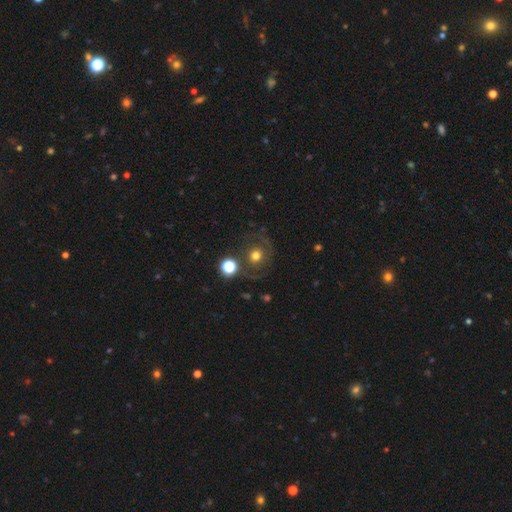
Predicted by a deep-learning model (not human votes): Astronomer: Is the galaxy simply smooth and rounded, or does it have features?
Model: smooth — 55%.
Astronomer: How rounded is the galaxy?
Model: round — 86%.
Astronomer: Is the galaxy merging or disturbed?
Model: none — 67%.